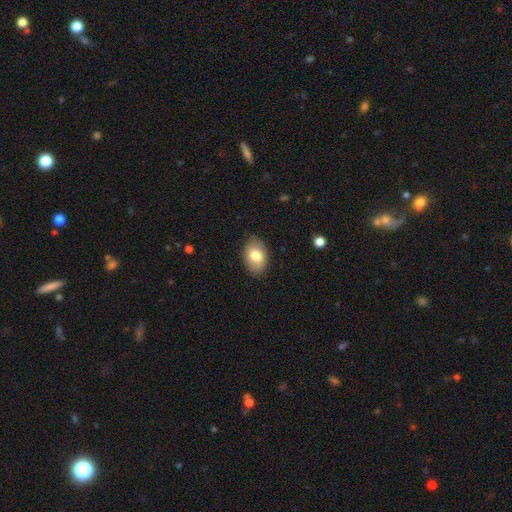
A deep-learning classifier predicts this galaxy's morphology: This appears to be a smooth galaxy with no disk features (80%) that is in between round and cigar-shaped (86%). Merging: none (84%).